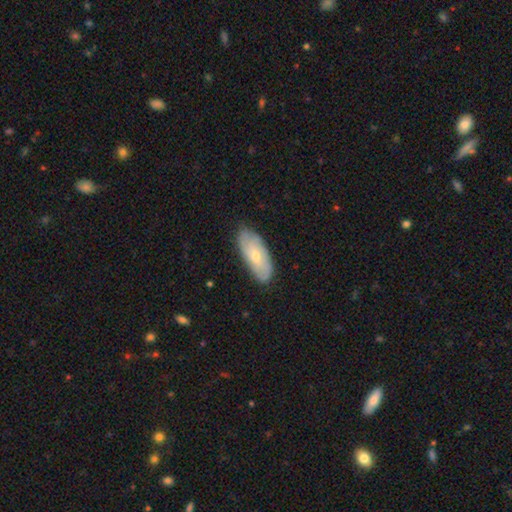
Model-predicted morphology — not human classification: Smooth or featured: smooth — 56% (featured or disk — 38%)
How rounded: in between — 83% (cigar-shaped — 15%)
Merging: none — 81% (minor disturbance — 15%)